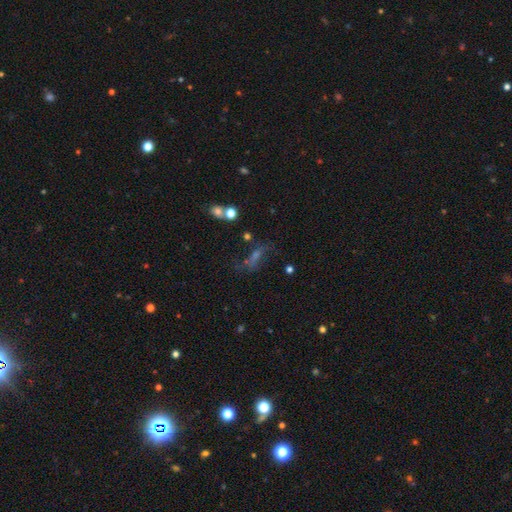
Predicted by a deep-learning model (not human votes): This appears to be a featured or disk galaxy (35%, tied with smooth). Merging: none (49%).